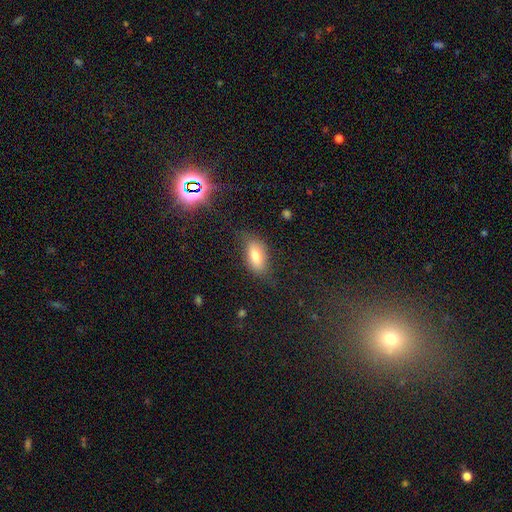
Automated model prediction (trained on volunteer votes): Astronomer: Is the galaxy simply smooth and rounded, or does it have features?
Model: smooth — 72%.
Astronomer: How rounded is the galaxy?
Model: in between — 85%.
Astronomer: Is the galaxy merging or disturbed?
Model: none — 69%.